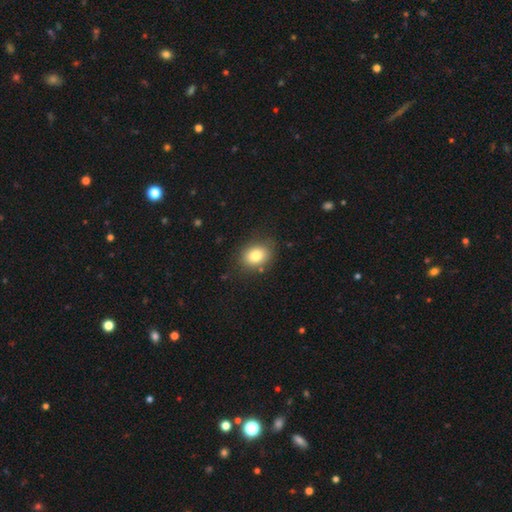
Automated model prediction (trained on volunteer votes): A smooth galaxy with no disk features (81%) that is in between round and cigar-shaped (57%).

Vote fractions:
- Smooth or featured? smooth: 81% / star or artifact: 10% / featured or disk: 10%
- How rounded? in between: 57% / round: 43% / cigar-shaped: 1%
- Merging? none: 81% / minor disturbance: 13% / major disturbance: 4% / merger: 2%